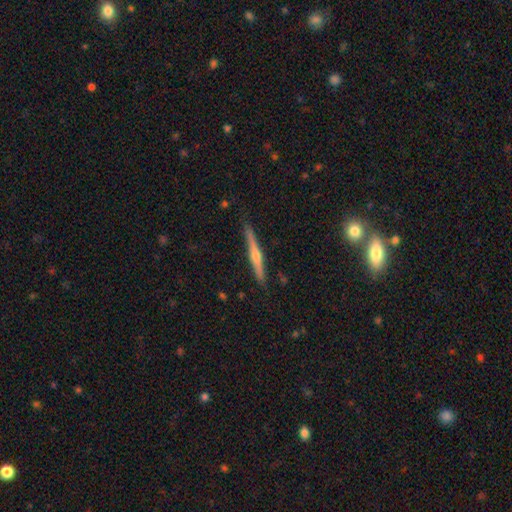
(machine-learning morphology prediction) A featured or disk galaxy (70%) viewed edge-on (98%) with a rounded central bulge (85%).

Vote fractions:
- Smooth or featured? featured or disk: 70% / smooth: 24% / star or artifact: 6%
- Edge-on disk? yes: 98% / no: 2%
- Edge-on bulge? rounded: 85% / none: 10% / boxy: 5%
- Merging? none: 88% / minor disturbance: 9% / major disturbance: 2% / merger: 1%